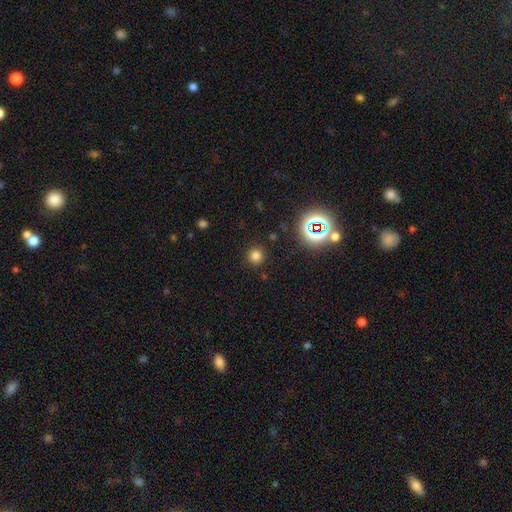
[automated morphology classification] A smooth galaxy with no disk features (75%) that is round (93%). Merging: none (89%).